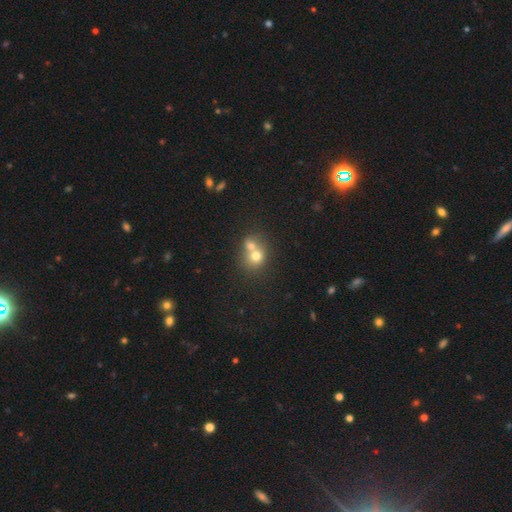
Morphology: type=smooth (92%); roundness=round (92%); merging=none (47%).